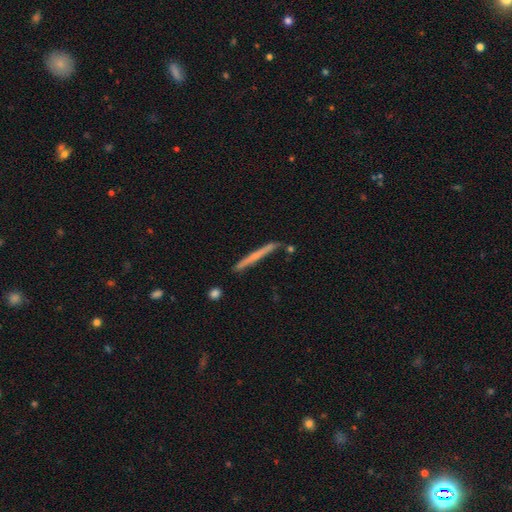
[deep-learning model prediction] Overall: smooth (50%; featured or disk 44%). How rounded: cigar-shaped (97%). Merging: none (84%).